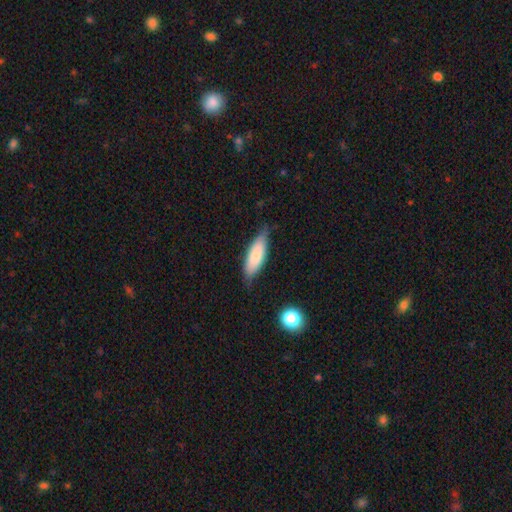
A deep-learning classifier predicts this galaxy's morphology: Q: Smooth or featured?
A: smooth (79%); runner-up: featured or disk (15%)
Q: How rounded?
A: in between (63%); runner-up: cigar-shaped (36%)
Q: Merging?
A: none (67%); runner-up: minor disturbance (26%)